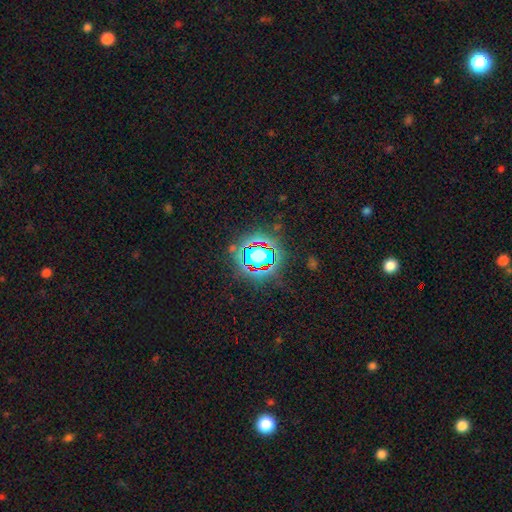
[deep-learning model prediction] Smooth or featured: star or artifact — 81% (smooth — 12%)